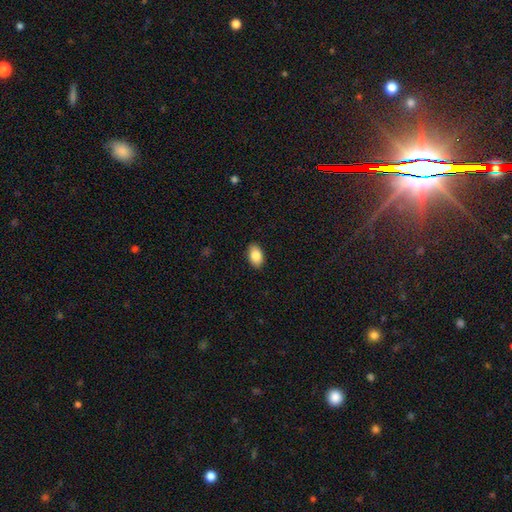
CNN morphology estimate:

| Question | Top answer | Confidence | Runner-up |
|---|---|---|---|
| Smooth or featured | smooth | 86% | star or artifact (7%) |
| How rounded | in between | 90% | round (9%) |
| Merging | none | 89% | minor disturbance (8%) |